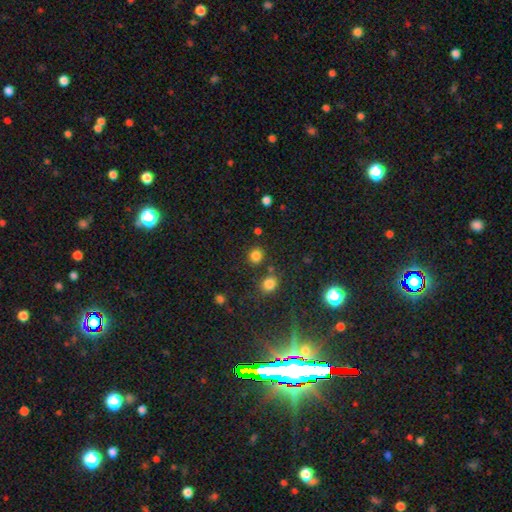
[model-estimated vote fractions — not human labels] Q: Smooth or featured?
A: smooth (80%); runner-up: star or artifact (15%)
Q: How rounded?
A: round (79%); runner-up: in between (20%)
Q: Merging?
A: none (80%); runner-up: minor disturbance (9%)